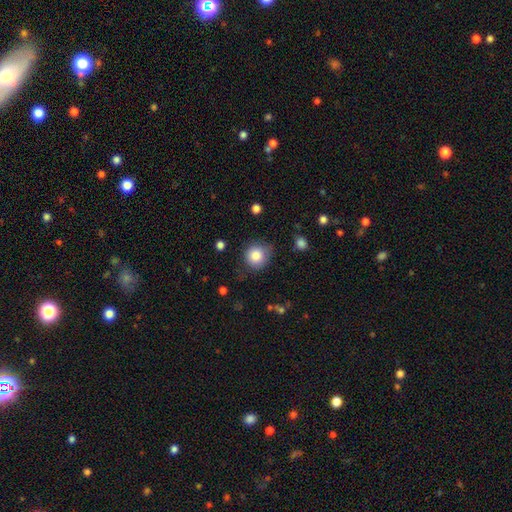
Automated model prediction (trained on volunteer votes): Smooth or featured: smooth — 84% (star or artifact — 10%)
How rounded: round — 89% (in between — 10%)
Merging: none — 75% (minor disturbance — 18%)